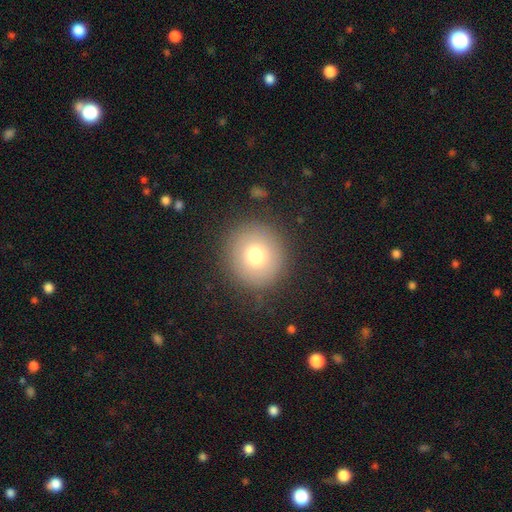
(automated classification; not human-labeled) Smooth or featured? smooth (73%)
How rounded? round (92%)
Merging? none (86%)